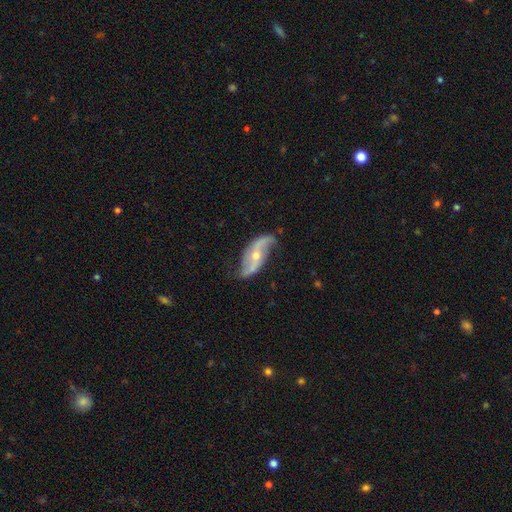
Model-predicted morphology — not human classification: A featured or disk galaxy (87%) with no bar (47%), 2 (93%) loose (80%) spiral arms (95%) and a moderate central bulge (50%). Merging: none (74%).